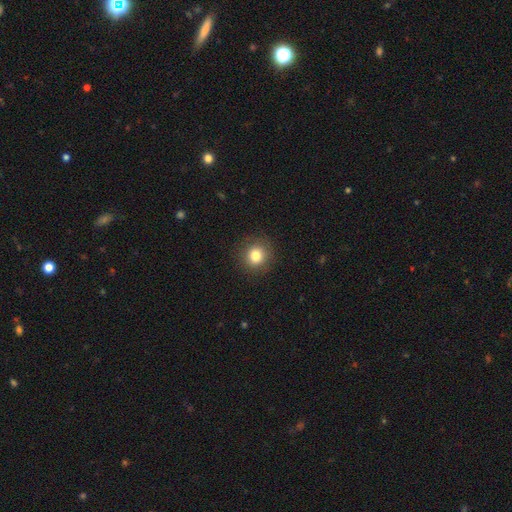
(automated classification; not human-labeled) This appears to be a smooth galaxy with no disk features (82%) that is round (89%). Merging: none (90%).